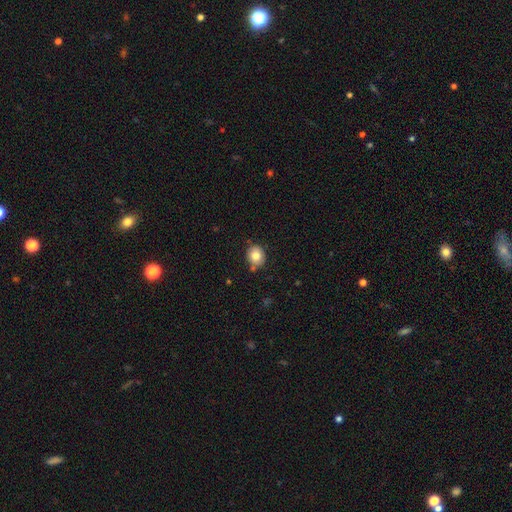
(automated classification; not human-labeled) Smooth or featured?
  - smooth: 80% *
  - featured or disk: 11%
  - star or artifact: 10%
How rounded?
  - round: 75% *
  - in between: 24%
  - cigar-shaped: 1%
Merging?
  - none: 79% *
  - minor disturbance: 14%
  - merger: 5%
  - major disturbance: 3%